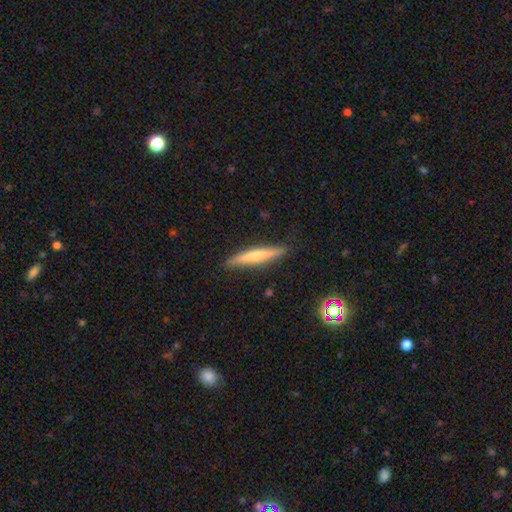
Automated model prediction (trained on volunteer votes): This appears to be a smooth galaxy with no disk features (58%) that is cigar-shaped (94%). Merging: none (87%).